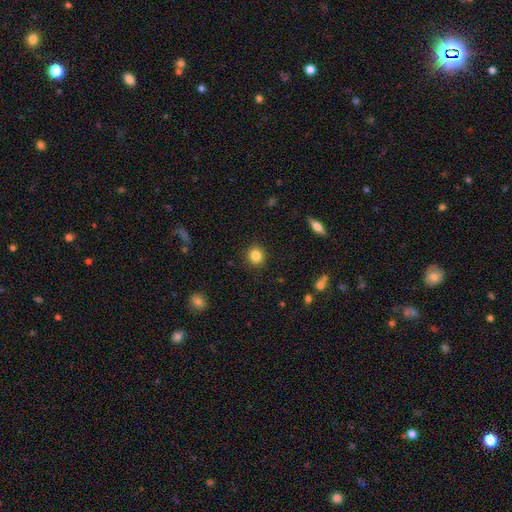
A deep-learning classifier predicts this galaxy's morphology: smooth-or-featured: smooth: 85% | star or artifact: 10% | featured or disk: 5%
  how-rounded: round: 87% | in between: 12% | cigar-shaped: 1%
  merging: none: 91% | minor disturbance: 6% | major disturbance: 2% | merger: 1%